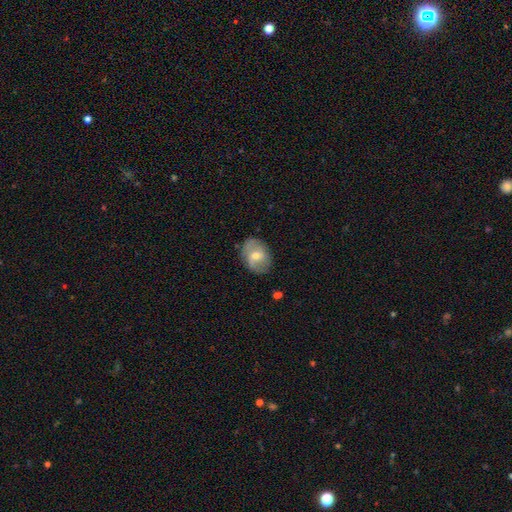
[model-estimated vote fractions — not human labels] Smooth or featured? Predicted: featured or disk (p=0.52). Edge-on disk? Predicted: no (p=0.95). Merging? Predicted: none (p=0.75).